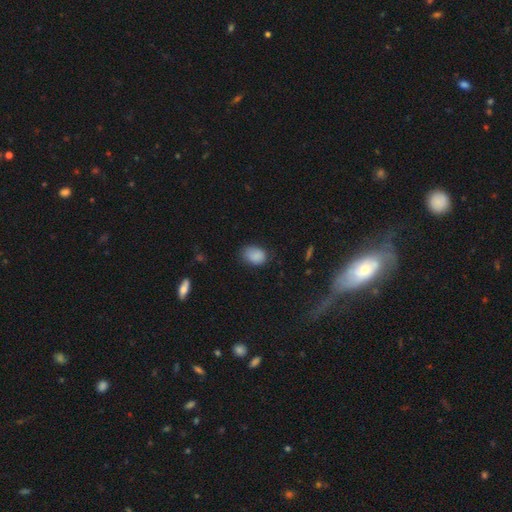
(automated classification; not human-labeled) Smooth or featured? smooth (86%)
How rounded? in between (72%)
Merging? none (65%)